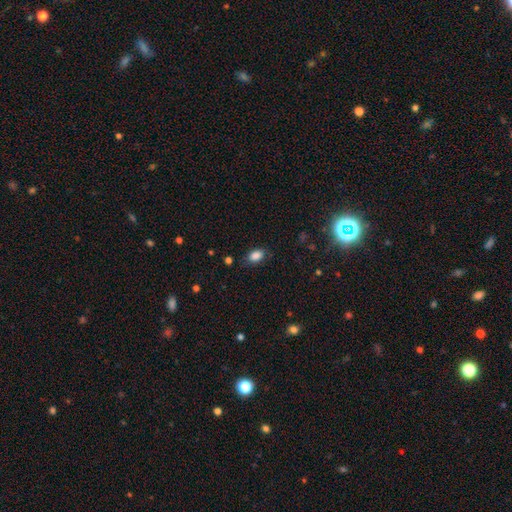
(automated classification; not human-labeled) Morphology: type=smooth (86%); roundness=in between (87%); merging=none (78%).